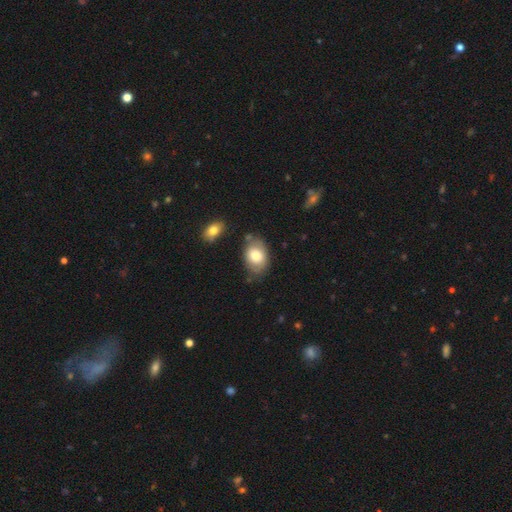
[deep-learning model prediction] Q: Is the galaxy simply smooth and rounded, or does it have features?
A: smooth — 76%.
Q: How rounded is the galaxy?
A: in between — 81%.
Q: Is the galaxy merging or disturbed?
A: none — 68%.